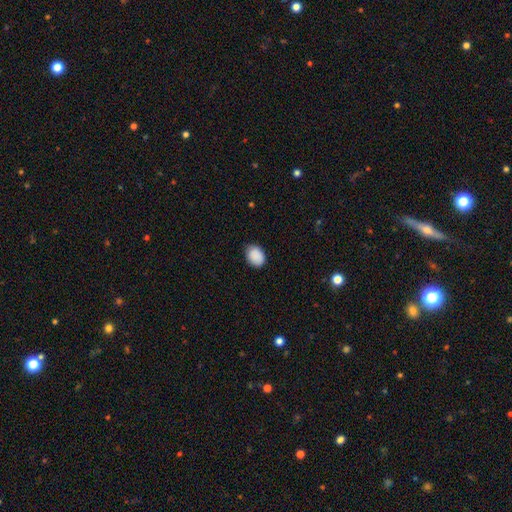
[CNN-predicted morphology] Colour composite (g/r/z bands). It shows a smooth galaxy with no disk features (90%) that is in between round and cigar-shaped (64%). Merging: none (83%).